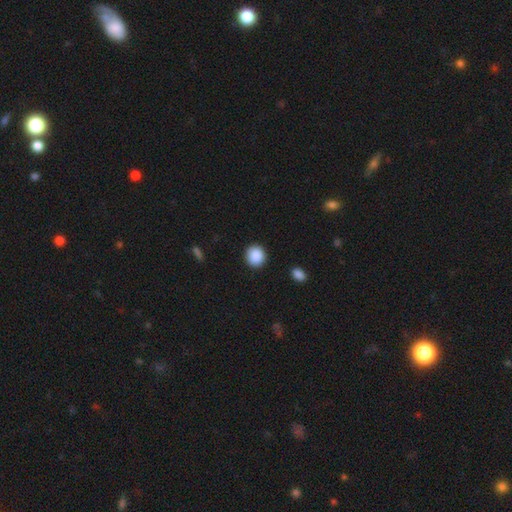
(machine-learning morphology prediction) Overall: smooth (89%). How rounded: round (90%). Merging: none (91%).